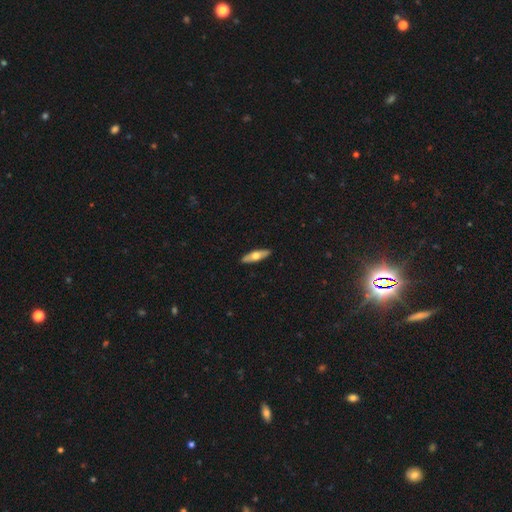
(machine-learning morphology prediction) Smooth or featured? smooth (53%)
How rounded? cigar-shaped (57%)
Merging? none (91%)